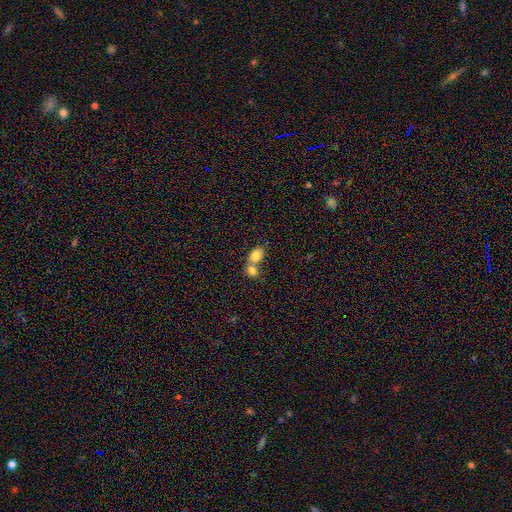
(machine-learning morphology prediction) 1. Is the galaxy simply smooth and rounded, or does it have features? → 82% smooth, 9% featured or disk, 9% star or artifact.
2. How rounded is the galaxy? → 67% in between, 32% round, 2% cigar-shaped.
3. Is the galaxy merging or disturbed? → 62% merger, 29% none, 7% minor disturbance, 3% major disturbance.